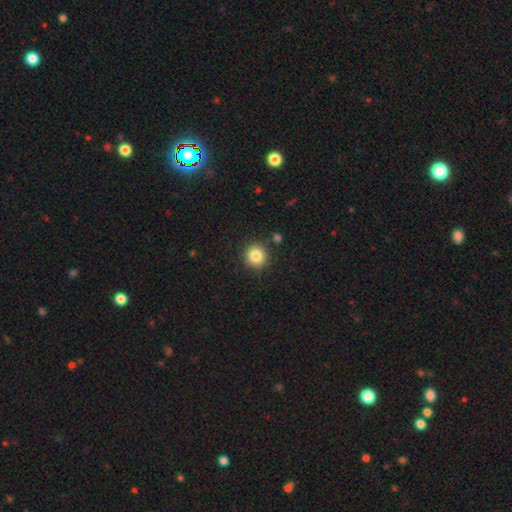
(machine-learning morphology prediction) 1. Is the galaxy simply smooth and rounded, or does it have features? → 84% smooth, 10% star or artifact, 5% featured or disk.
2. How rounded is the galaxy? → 94% round, 5% in between, 1% cigar-shaped.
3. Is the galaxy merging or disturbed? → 88% none, 7% minor disturbance, 3% merger, 2% major disturbance.